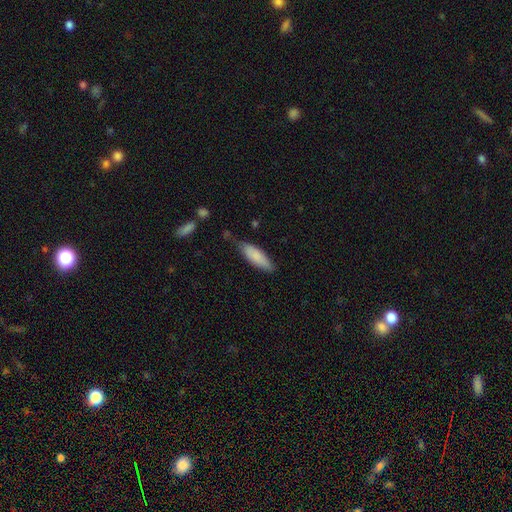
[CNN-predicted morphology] The model was most divided on "how rounded": in between: 56%, cigar-shaped: 43%, round: 2%. More confident: smooth or featured — smooth (81%); merging — none (63%).